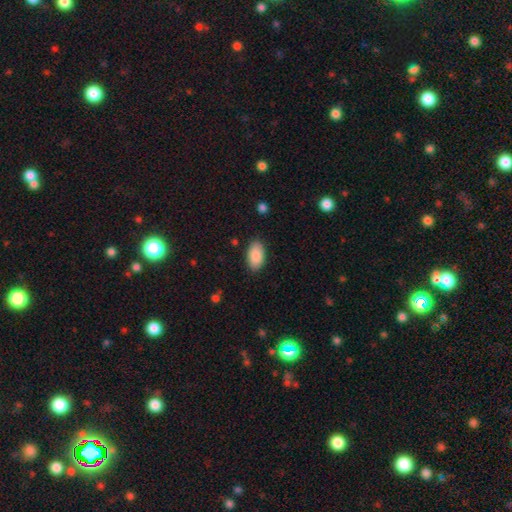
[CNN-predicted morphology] A smooth galaxy with no disk features (89%) that is in between round and cigar-shaped (95%). Merging: none (87%).